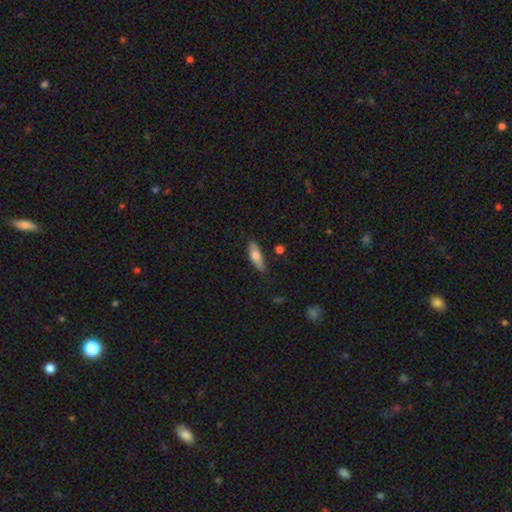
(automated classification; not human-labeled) smooth-or-featured: smooth: 67% | featured or disk: 26% | star or artifact: 6%
  how-rounded: in between: 52% | cigar-shaped: 45% | round: 3%
  merging: none: 75% | minor disturbance: 19% | major disturbance: 3% | merger: 3%